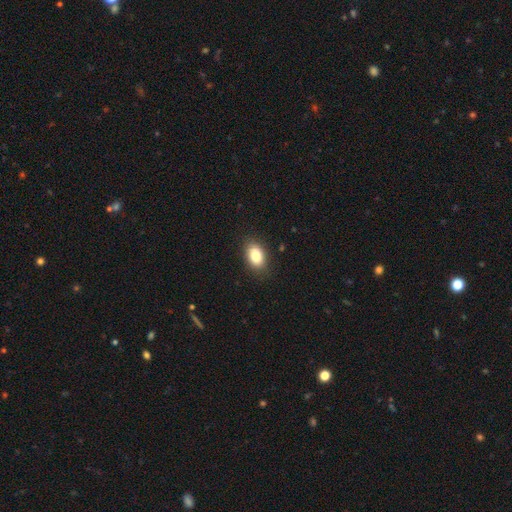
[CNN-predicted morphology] Smooth or featured: smooth — 87% (star or artifact — 8%)
How rounded: in between — 88% (round — 11%)
Merging: none — 86% (minor disturbance — 10%)